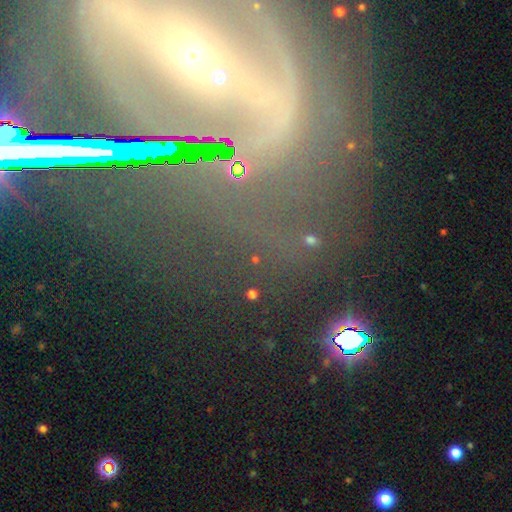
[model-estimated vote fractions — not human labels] A featured or disk galaxy (61%) with a strong bar (46%), spiral arms (76%) and a small central bulge (63%). Merging: none (66%).